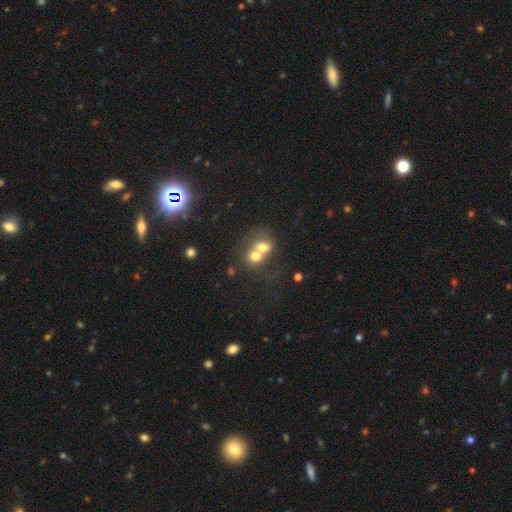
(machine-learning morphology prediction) Smooth or featured: smooth — 65% (featured or disk — 24%)
How rounded: round — 59% (in between — 40%)
Merging: merger — 73% (none — 17%)